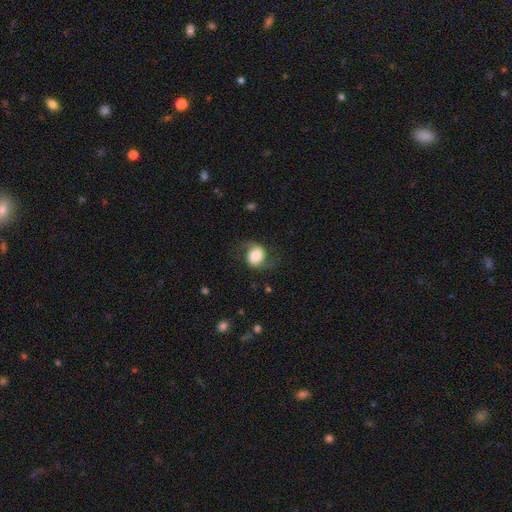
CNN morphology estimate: This appears to be a featured or disk galaxy (53%) with no bar (63%), spiral arms (89%) and a moderate central bulge (40%). Merging: none (69%).